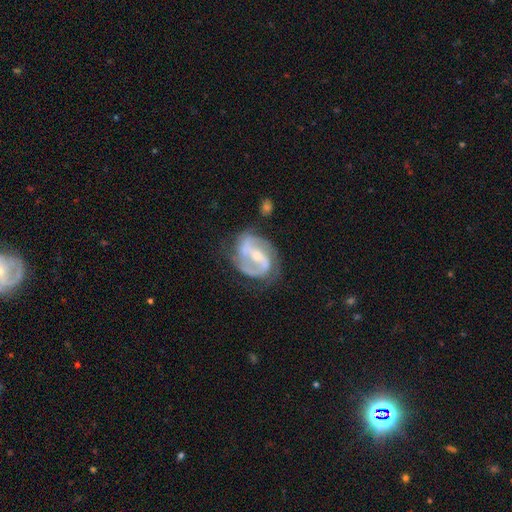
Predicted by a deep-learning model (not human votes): Morphology: type=featured or disk (88%); edge-on=no (97%); bar=strong (45%); spiral arms=yes (95%); winding=medium (51%); arm count=2 (83%); bulge=small (55%); merging=none (66%).